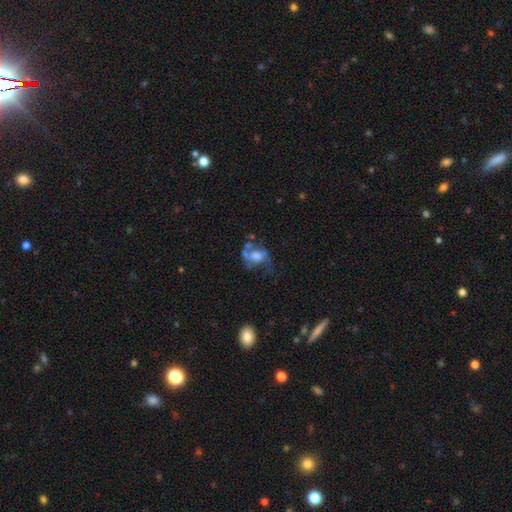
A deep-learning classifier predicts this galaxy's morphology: Smooth or featured? Predicted: featured or disk (p=0.65). Edge-on disk? Predicted: no (p=0.97). Bar? Predicted: no (p=0.65). Spiral arms? Predicted: yes (p=0.64). Bulge size? Predicted: moderate (p=0.42). Merging? Predicted: none (p=0.35, tied with major disturbance).